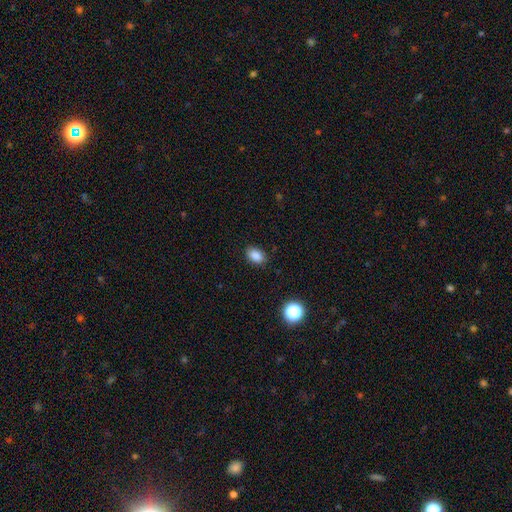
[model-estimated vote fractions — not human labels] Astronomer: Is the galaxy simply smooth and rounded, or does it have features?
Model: smooth — 86%.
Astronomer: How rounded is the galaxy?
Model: in between — 84%.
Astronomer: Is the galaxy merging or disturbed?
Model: none — 87%.